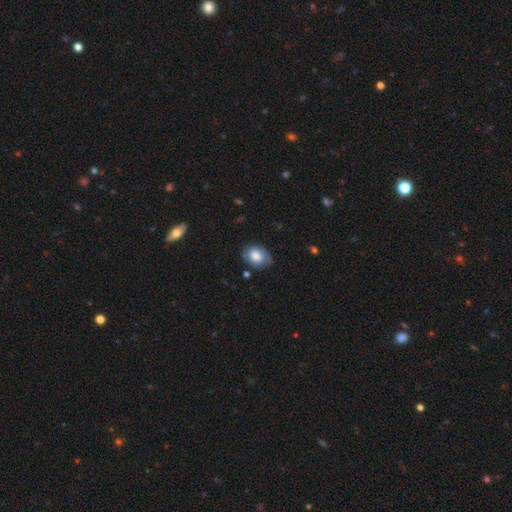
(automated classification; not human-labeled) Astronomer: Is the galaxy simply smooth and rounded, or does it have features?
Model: smooth — 73%.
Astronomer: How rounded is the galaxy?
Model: in between — 71%.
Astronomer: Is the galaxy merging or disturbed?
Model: none — 70%.